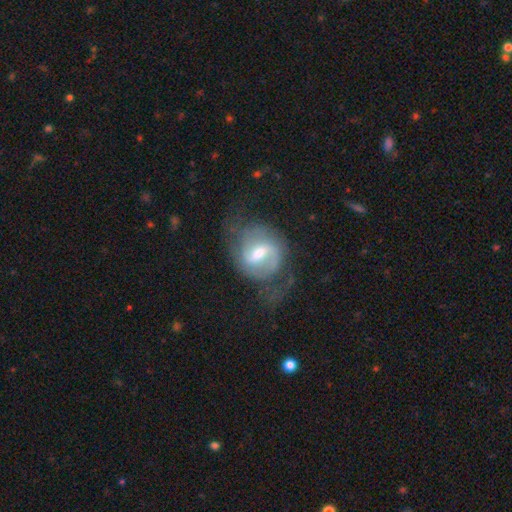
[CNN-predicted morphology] featured or disk 75%, smooth 19%, star or artifact 7%. Down the decision tree: edge-on disk — no (96%); bar — weak (54%); spiral arms — yes (87%); spiral arm count — 2 (74%); spiral winding — medium (43%); bulge size — moderate (53%); merging — none (53%).